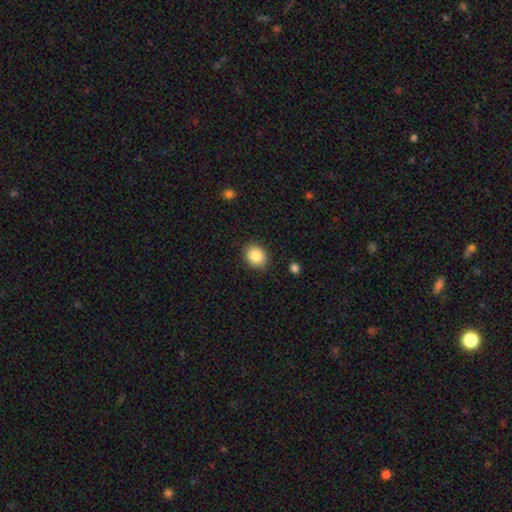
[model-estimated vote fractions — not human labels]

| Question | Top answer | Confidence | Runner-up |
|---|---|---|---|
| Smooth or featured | smooth | 87% | star or artifact (8%) |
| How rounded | round | 57% | in between (42%) |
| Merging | none | 88% | minor disturbance (8%) |